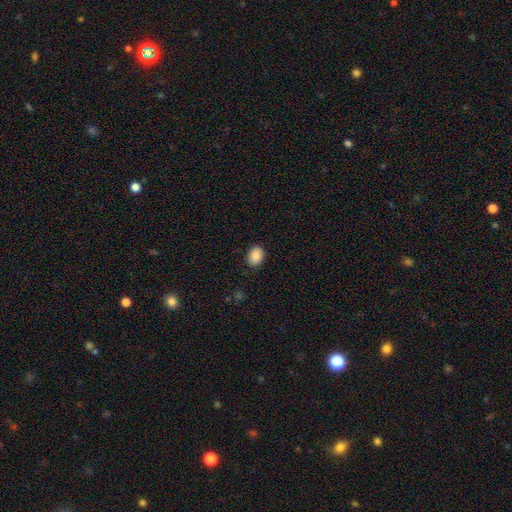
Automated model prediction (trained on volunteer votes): Smooth or featured?
  - smooth: 87% *
  - star or artifact: 8%
  - featured or disk: 5%
How rounded?
  - in between: 69% *
  - round: 30%
  - cigar-shaped: 1%
Merging?
  - none: 87% *
  - minor disturbance: 10%
  - major disturbance: 2%
  - merger: 1%